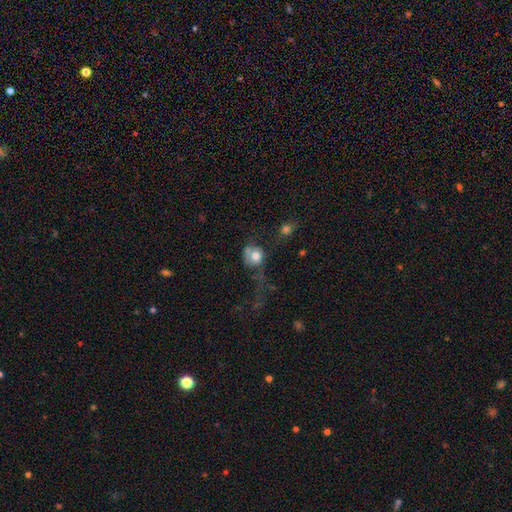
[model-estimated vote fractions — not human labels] This is likely a smooth galaxy (70%). How rounded: likely round (75%). Merging: marginally major disturbance (38%).